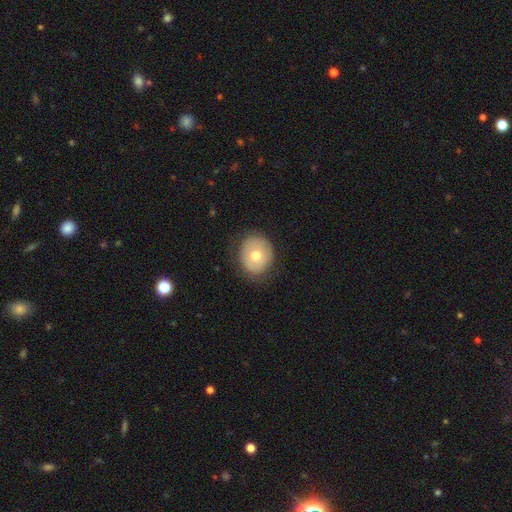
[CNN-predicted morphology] Smooth or featured: smooth — 65% (featured or disk — 27%)
How rounded: round — 71% (in between — 29%)
Merging: none — 81% (minor disturbance — 14%)